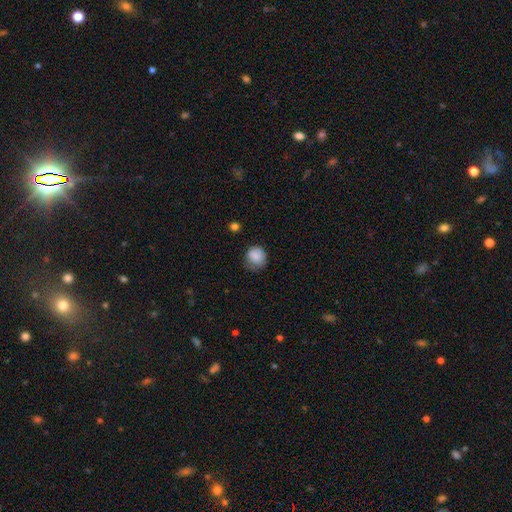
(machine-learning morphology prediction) Q: Smooth or featured?
A: smooth (84%); runner-up: star or artifact (8%)
Q: How rounded?
A: round (82%); runner-up: in between (17%)
Q: Merging?
A: none (63%); runner-up: minor disturbance (27%)